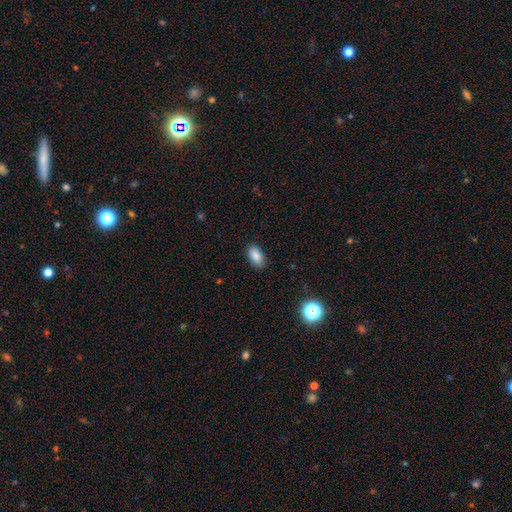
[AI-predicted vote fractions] smooth_or_featured: smooth (p=0.87) [alt: star or artifact p=0.08]
how_rounded: in between (p=0.93) [alt: round p=0.04]
merging: none (p=0.87) [alt: minor disturbance p=0.10]